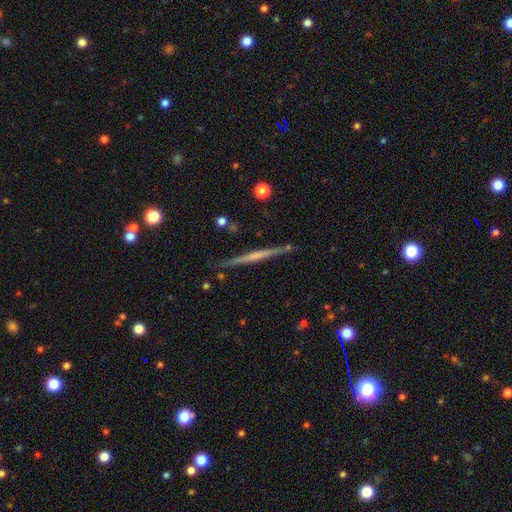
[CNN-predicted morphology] Q: Smooth or featured?
A: featured or disk (69%); runner-up: smooth (24%)
Q: Edge-on disk?
A: yes (98%); runner-up: no (2%)
Q: Edge-on bulge?
A: none (59%); runner-up: rounded (29%)
Q: Merging?
A: none (88%); runner-up: minor disturbance (8%)